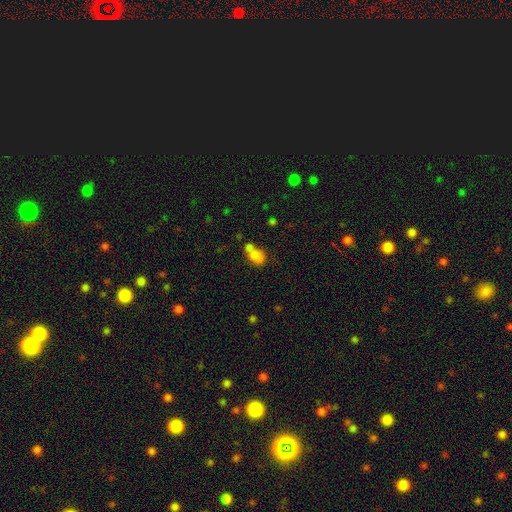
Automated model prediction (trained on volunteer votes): Smooth or featured? Predicted: smooth (p=0.75). How rounded? Predicted: in between (p=0.68). Merging? Predicted: merger (p=0.48).